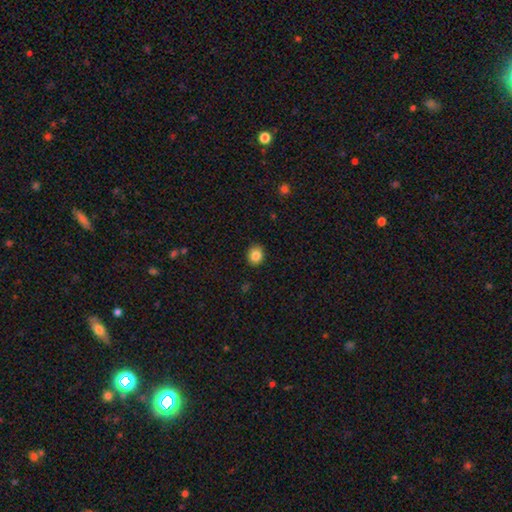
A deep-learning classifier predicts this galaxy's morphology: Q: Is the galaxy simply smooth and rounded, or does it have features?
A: smooth — 84%.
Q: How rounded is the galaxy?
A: round — 69%.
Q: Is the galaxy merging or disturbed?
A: none — 90%.